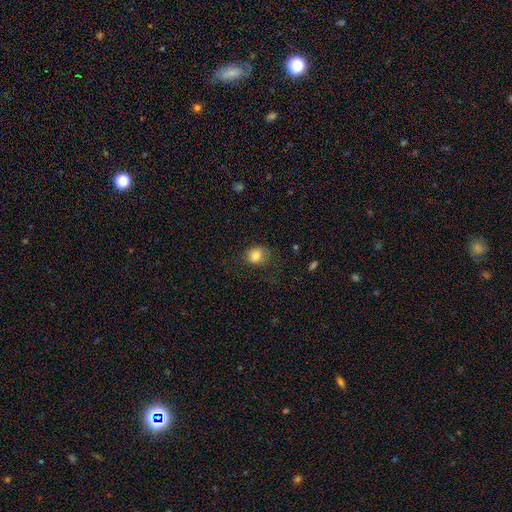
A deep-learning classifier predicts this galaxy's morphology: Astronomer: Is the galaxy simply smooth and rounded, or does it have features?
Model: smooth — 83%.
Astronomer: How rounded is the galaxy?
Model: round — 60% (runner-up: in between, 39%).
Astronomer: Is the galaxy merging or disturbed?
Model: none — 70%.